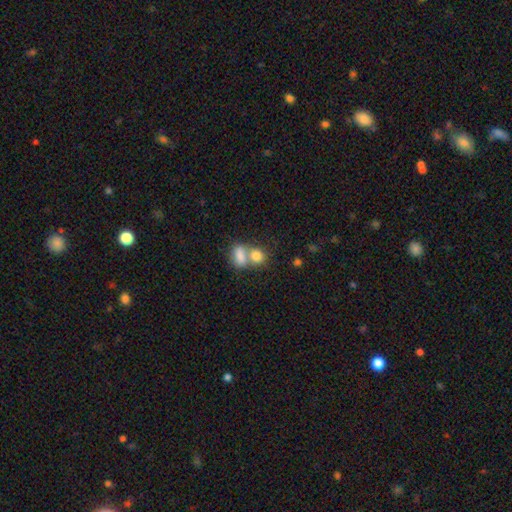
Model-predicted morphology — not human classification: type=smooth (80%); roundness=in between (51%); merging=merger (59%).